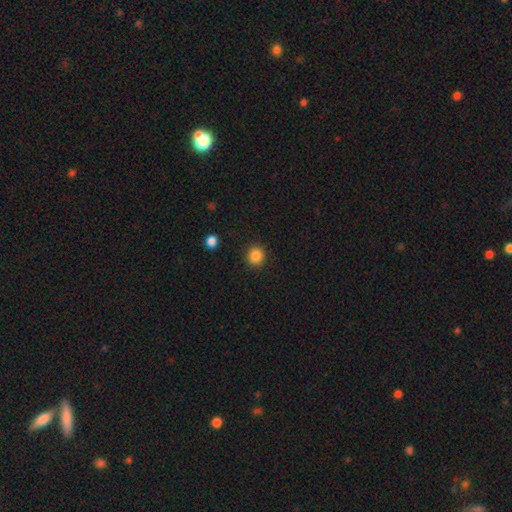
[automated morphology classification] A smooth galaxy with no disk features (86%) that is round (89%).

Vote fractions:
- Smooth or featured? smooth: 86% / star or artifact: 10% / featured or disk: 3%
- How rounded? round: 89% / in between: 10% / cigar-shaped: 1%
- Merging? none: 90% / minor disturbance: 6% / major disturbance: 2% / merger: 1%